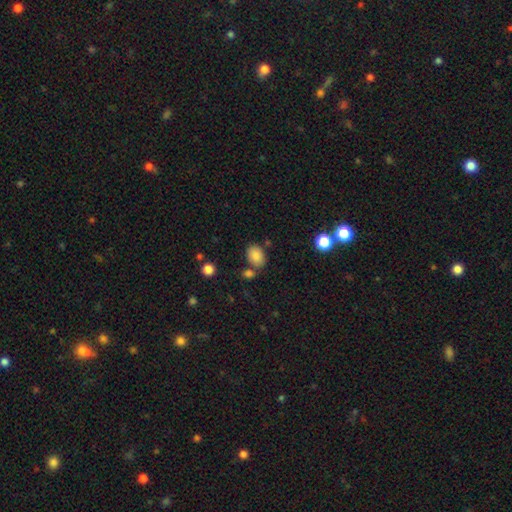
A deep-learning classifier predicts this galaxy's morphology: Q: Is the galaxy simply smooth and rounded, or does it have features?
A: smooth — 84%.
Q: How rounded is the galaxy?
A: in between — 75%.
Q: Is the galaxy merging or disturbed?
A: none — 70%.